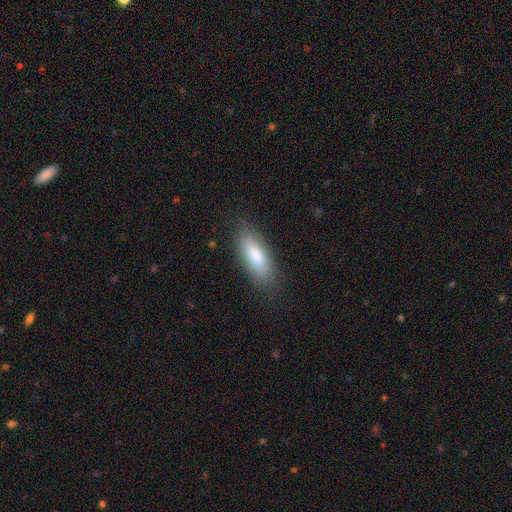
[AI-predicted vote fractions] Smooth or featured? smooth (81%)
How rounded? in between (71%)
Merging? none (83%)